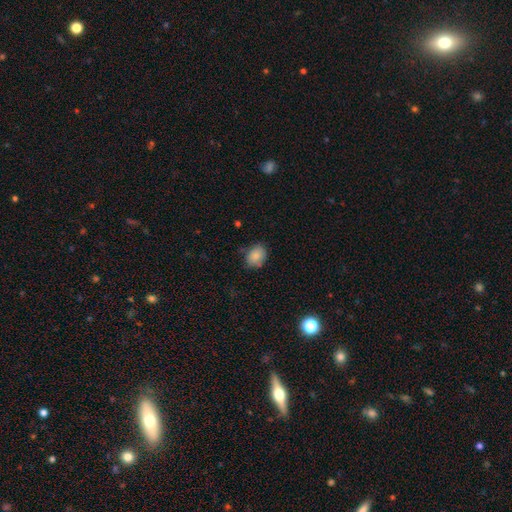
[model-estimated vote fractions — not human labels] Smooth or featured: smooth — 84% (star or artifact — 9%)
How rounded: in between — 54% (round — 46%)
Merging: none — 75% (minor disturbance — 20%)